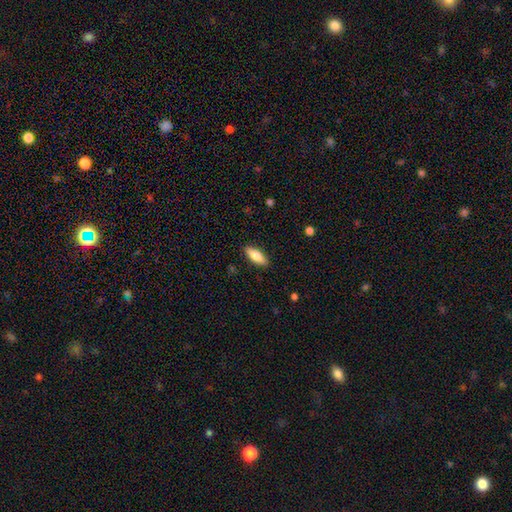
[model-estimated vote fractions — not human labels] smooth 80%, featured or disk 14%, star or artifact 6%. Down the decision tree: how rounded — in between (73%); merging — none (89%).